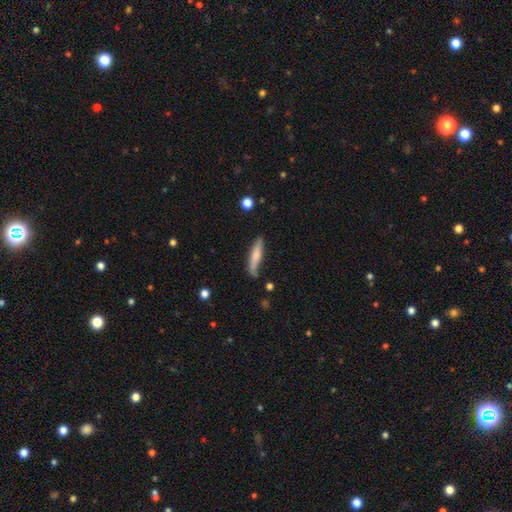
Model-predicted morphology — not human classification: Q: Smooth or featured?
A: smooth (68%); runner-up: featured or disk (27%)
Q: How rounded?
A: cigar-shaped (83%); runner-up: in between (16%)
Q: Merging?
A: none (68%); runner-up: minor disturbance (24%)